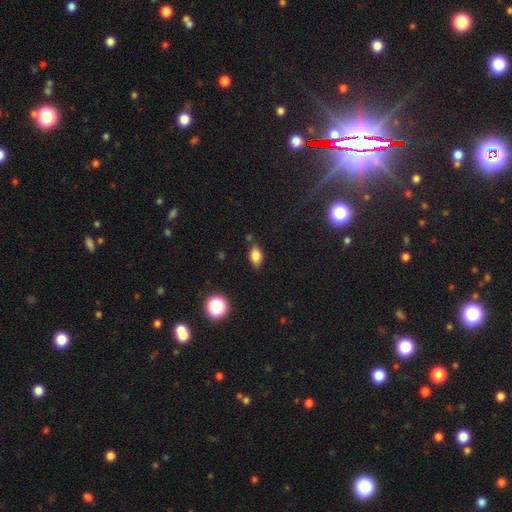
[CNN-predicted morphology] This is clearly a smooth galaxy (81%). How rounded: clearly in between (87%). Merging: likely none (75%).